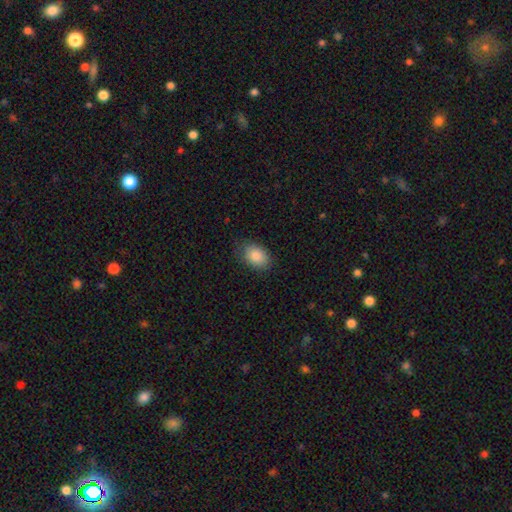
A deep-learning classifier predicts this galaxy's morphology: The model was most divided on "merging": none: 79%, minor disturbance: 16%, major disturbance: 4%, merger: 1%. More confident: smooth or featured — smooth (87%); how rounded — in between (82%).